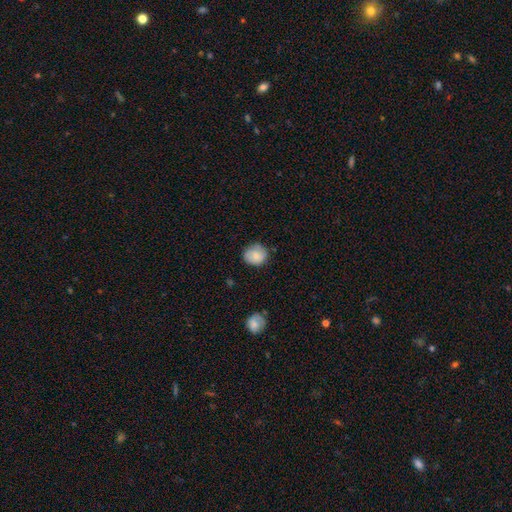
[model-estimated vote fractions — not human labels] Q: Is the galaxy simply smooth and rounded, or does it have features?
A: smooth — 79%.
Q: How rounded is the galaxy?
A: round — 77%.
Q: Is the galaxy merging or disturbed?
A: none — 71%.